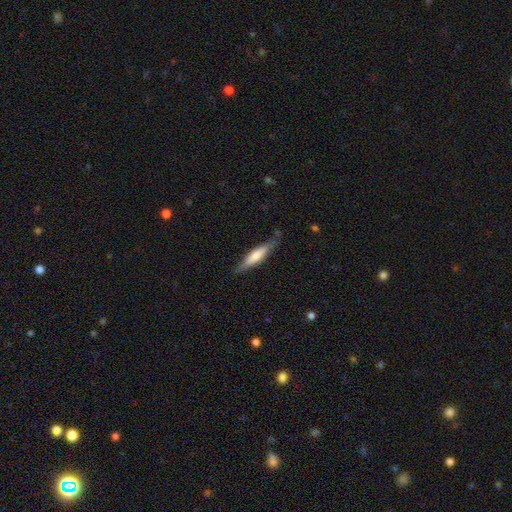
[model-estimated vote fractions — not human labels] A smooth galaxy with no disk features (52%) that is cigar-shaped (82%). Merging: none (80%).